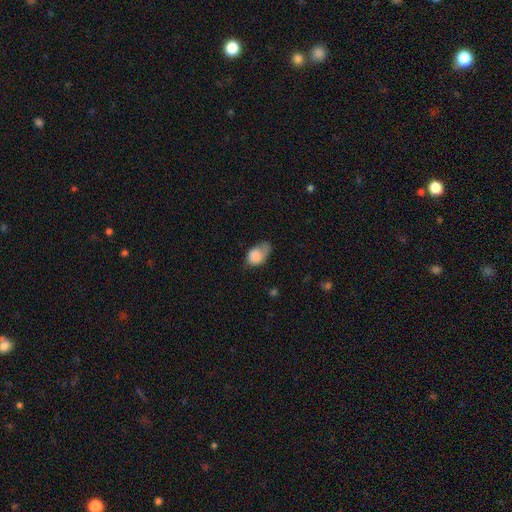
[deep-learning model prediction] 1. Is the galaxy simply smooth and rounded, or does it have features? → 82% smooth, 10% featured or disk, 7% star or artifact.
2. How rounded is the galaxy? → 82% in between, 17% round, 1% cigar-shaped.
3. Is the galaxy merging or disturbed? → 44% minor disturbance, 30% none, 22% major disturbance, 3% merger.